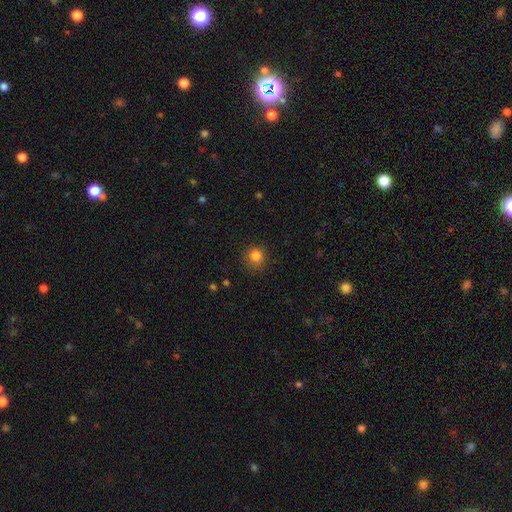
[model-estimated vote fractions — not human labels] The model was most divided on "smooth or featured": smooth: 83%, star or artifact: 12%, featured or disk: 4%. More confident: how rounded — round (90%); merging — none (85%).